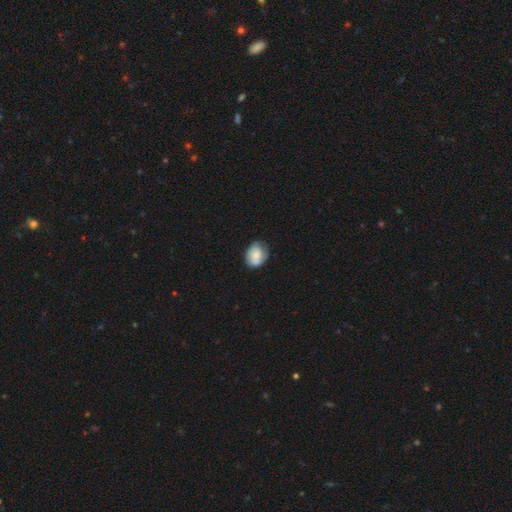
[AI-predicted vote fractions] A smooth galaxy with no disk features (70%) that is in between round and cigar-shaped (57%). Merging: none (58%).